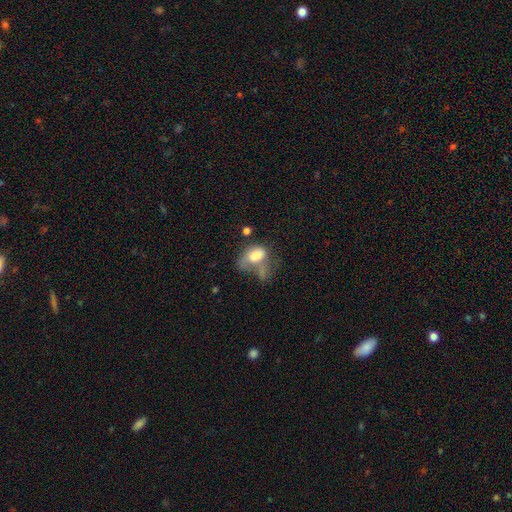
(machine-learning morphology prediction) Q: Smooth or featured?
A: smooth (66%); runner-up: featured or disk (24%)
Q: How rounded?
A: in between (86%); runner-up: round (12%)
Q: Merging?
A: major disturbance (39%); runner-up: merger (27%)